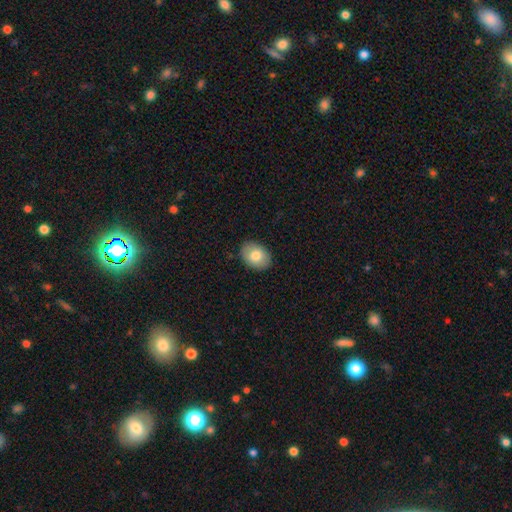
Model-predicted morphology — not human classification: The model was most divided on "how rounded": in between: 73%, round: 26%, cigar-shaped: 1%. More confident: merging — none (89%); smooth or featured — smooth (77%).